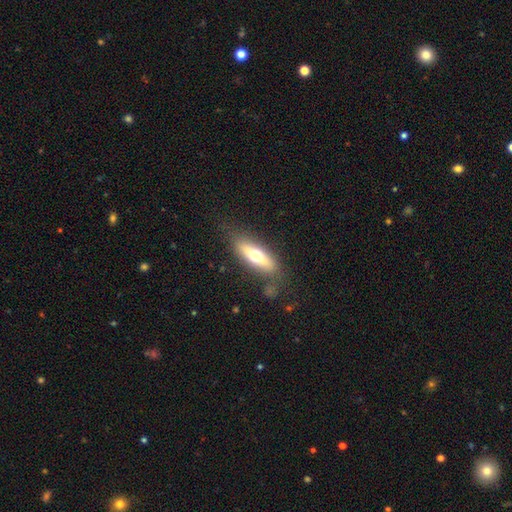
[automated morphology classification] A smooth galaxy with no disk features (52%) that is in between round and cigar-shaped (51%). Merging: none (75%).